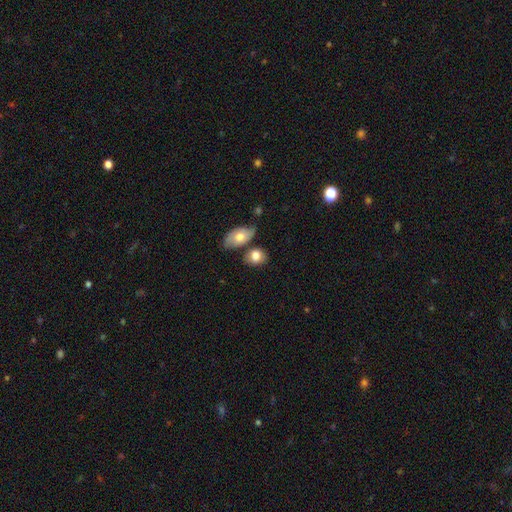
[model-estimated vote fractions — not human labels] smooth 78%, featured or disk 15%, star or artifact 7%. Down the decision tree: how rounded — in between (67%); merging — none (56%).